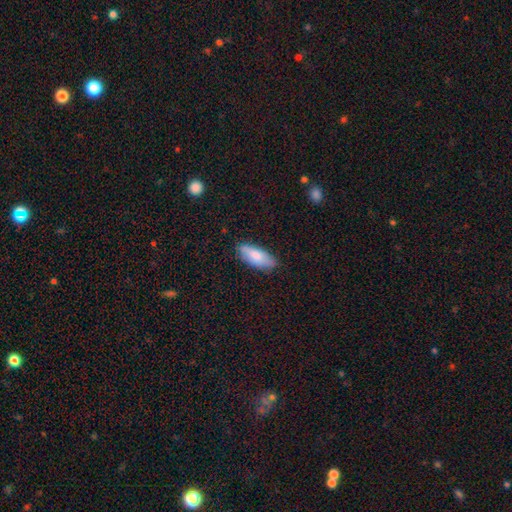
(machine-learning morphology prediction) This appears to be a smooth galaxy with no disk features (81%) that is in between round and cigar-shaped (77%). Merging: none (82%).